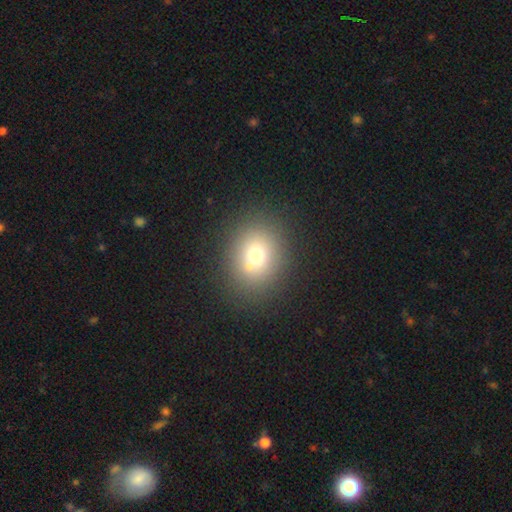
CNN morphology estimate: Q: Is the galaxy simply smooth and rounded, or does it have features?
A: smooth — 68%.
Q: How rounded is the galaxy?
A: round — 72%.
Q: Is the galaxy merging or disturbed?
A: none — 68%.